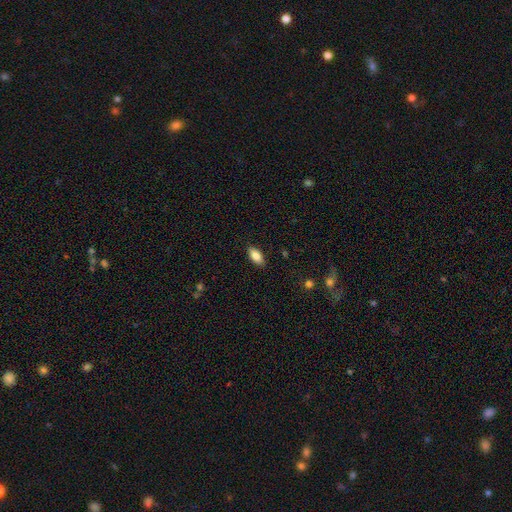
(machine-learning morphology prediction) This appears to be a smooth galaxy with no disk features (83%) that is in between round and cigar-shaped (88%). Merging: none (88%).